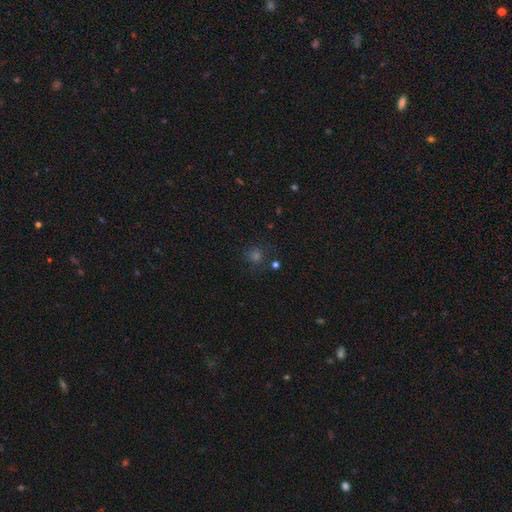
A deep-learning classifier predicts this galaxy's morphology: Smooth or featured: smooth — 54% (star or artifact — 38%)
How rounded: round — 90% (in between — 9%)
Merging: none — 82% (minor disturbance — 9%)